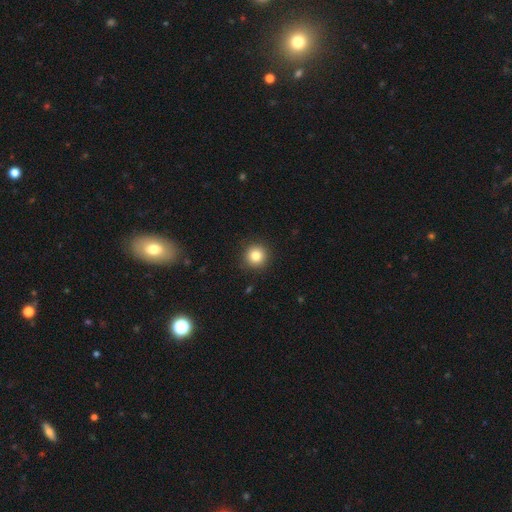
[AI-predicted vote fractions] This is clearly a smooth galaxy (83%). How rounded: clearly round (94%). Merging: clearly none (90%).